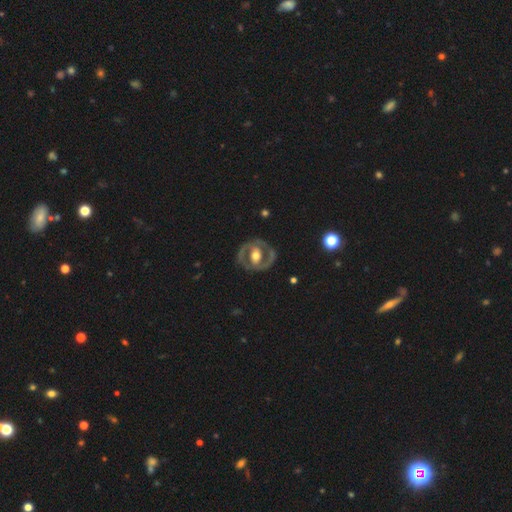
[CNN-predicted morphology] smooth_or_featured: featured or disk (p=0.76) [alt: smooth p=0.20]
disk_edge_on: no (p=0.96) [alt: yes p=0.04]
bar: no (p=0.42) [alt: weak p=0.34]
has_spiral_arms: yes (p=0.55) [alt: no p=0.45]
bulge_size: moderate (p=0.66) [alt: large p=0.22]
merging: none (p=0.76) [alt: minor disturbance p=0.14]